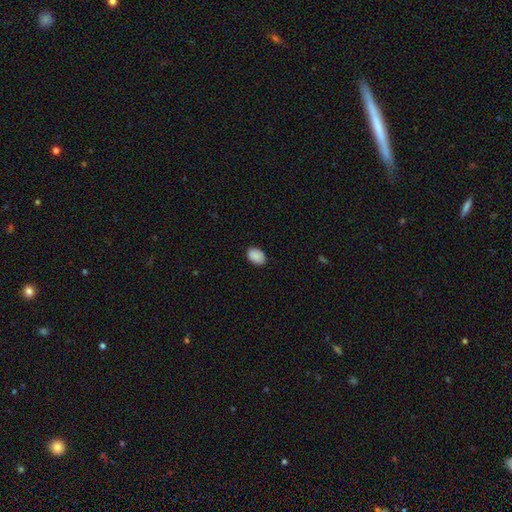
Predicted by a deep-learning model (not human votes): A smooth galaxy with no disk features (90%) that is in between round and cigar-shaped (84%).

Vote fractions:
- Smooth or featured? smooth: 90% / star or artifact: 7% / featured or disk: 3%
- How rounded? in between: 84% / round: 15% / cigar-shaped: 1%
- Merging? none: 86% / minor disturbance: 11% / major disturbance: 2% / merger: 1%